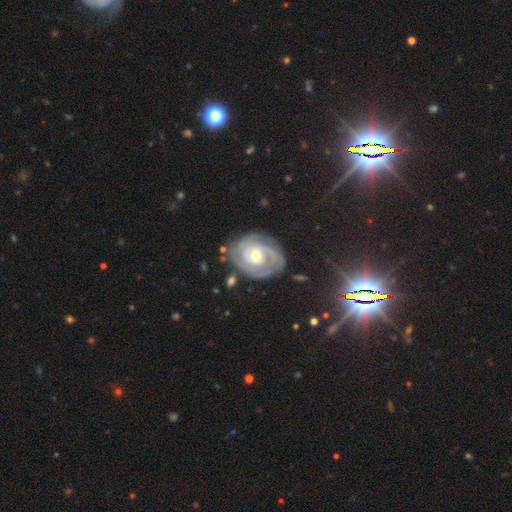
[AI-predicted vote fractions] Smooth or featured? featured or disk (86%)
Edge-on disk? no (97%)
Bar? no (66%)
Spiral arms? yes (94%)
Spiral winding? tight (73%)
Spiral arm count? 2 (36%)
Bulge size? moderate (66%)
Merging? none (72%)